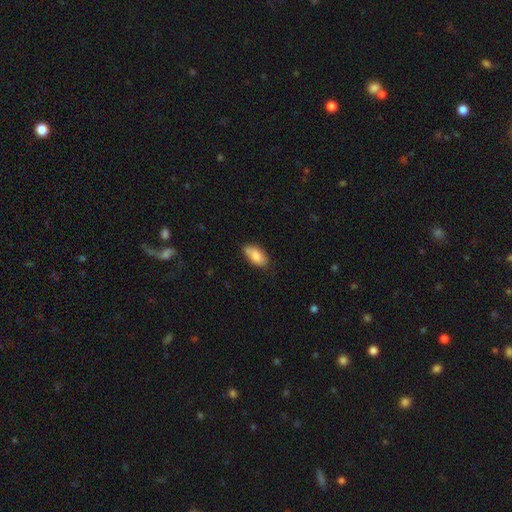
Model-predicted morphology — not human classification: Smooth or featured?
  - smooth: 82% *
  - featured or disk: 11%
  - star or artifact: 7%
How rounded?
  - in between: 92% *
  - cigar-shaped: 5%
  - round: 3%
Merging?
  - none: 68% *
  - minor disturbance: 24%
  - merger: 5%
  - major disturbance: 4%